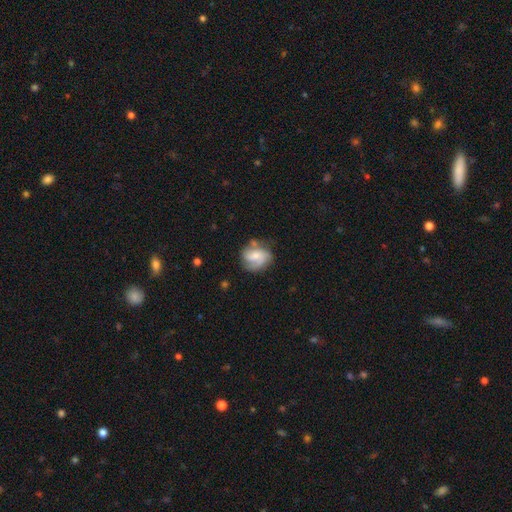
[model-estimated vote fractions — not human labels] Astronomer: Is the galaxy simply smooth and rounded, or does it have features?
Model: featured or disk — 66%.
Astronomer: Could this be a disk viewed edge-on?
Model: no — 98%.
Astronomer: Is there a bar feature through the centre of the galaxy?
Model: no — 52% (runner-up: weak, 39%).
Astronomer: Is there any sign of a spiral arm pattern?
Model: yes — 90%.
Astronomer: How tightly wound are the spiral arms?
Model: medium — 44% (runner-up: tight, 34%).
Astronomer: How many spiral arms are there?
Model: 2 — 47%.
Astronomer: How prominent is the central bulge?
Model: small — 47% (runner-up: moderate, 39%).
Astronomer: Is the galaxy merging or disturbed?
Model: none — 59%.